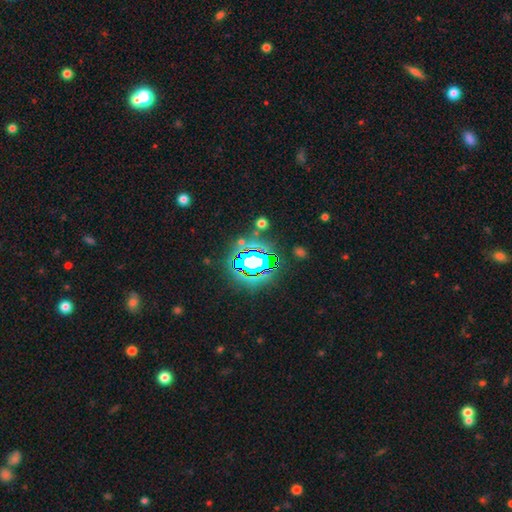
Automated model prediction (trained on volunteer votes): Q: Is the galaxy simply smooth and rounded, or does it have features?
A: star or artifact — 82%.